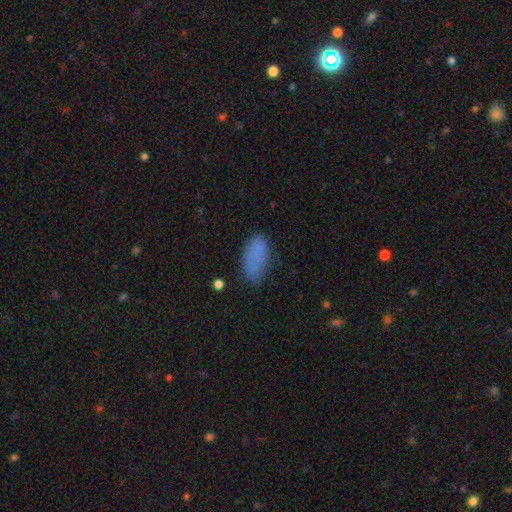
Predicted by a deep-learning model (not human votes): smooth 81%, star or artifact 10%, featured or disk 9%. Down the decision tree: how rounded — in between (90%); merging — none (68%).